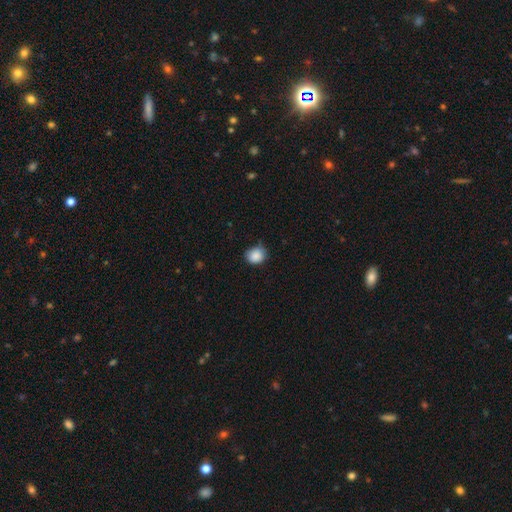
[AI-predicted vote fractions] Smooth or featured: smooth — 88% (star or artifact — 8%)
How rounded: round — 66% (in between — 33%)
Merging: none — 66% (minor disturbance — 28%)